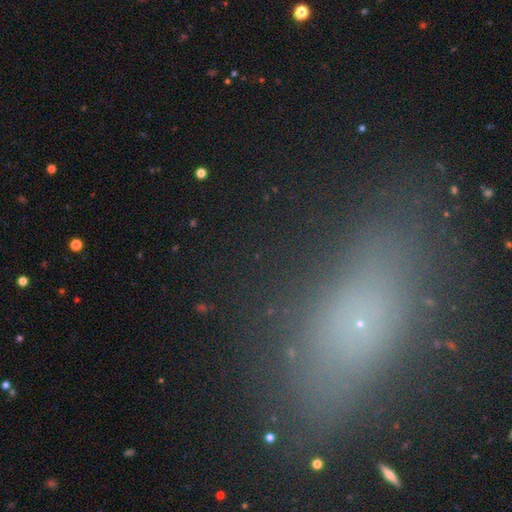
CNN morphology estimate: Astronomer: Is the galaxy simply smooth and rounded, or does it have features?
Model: smooth — 45% (runner-up: star or artifact, 37%).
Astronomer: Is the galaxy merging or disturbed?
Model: none — 79%.